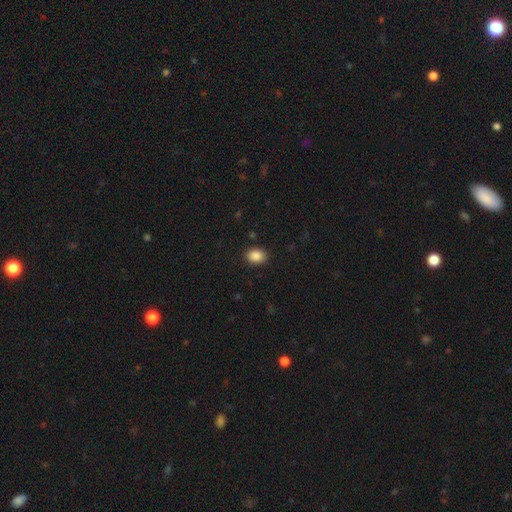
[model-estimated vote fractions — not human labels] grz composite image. It shows a smooth galaxy with no disk features (88%) that is in between round and cigar-shaped (62%). Merging: none (90%).